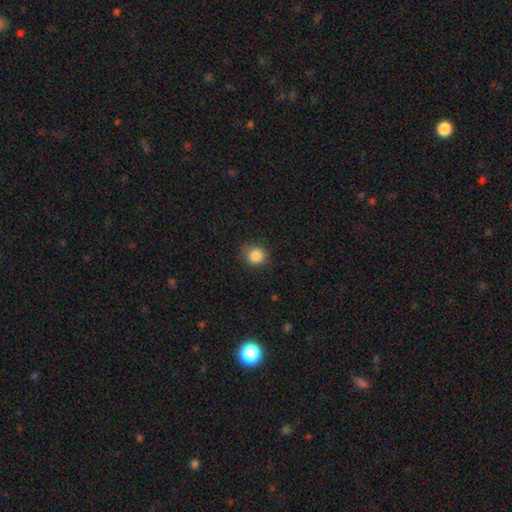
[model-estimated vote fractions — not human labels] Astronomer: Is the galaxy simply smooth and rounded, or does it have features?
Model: smooth — 85%.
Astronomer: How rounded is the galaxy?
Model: round — 81%.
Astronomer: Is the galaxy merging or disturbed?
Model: none — 76%.